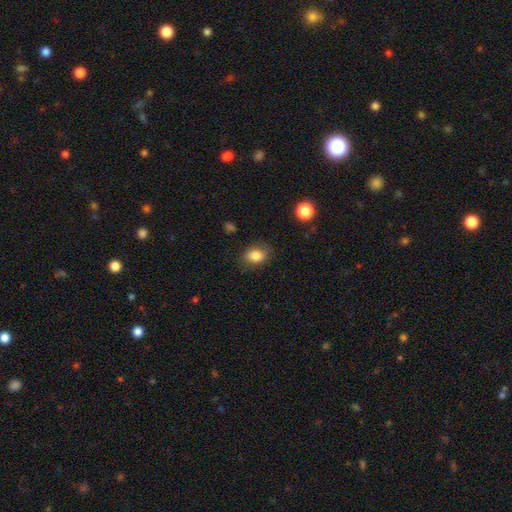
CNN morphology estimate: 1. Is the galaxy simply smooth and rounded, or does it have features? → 84% smooth, 9% star or artifact, 7% featured or disk.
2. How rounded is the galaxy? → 64% in between, 35% round, 1% cigar-shaped.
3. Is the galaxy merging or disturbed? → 80% none, 15% minor disturbance, 4% major disturbance, 1% merger.